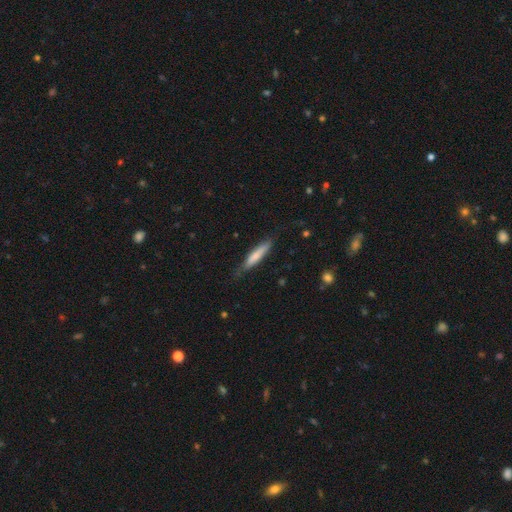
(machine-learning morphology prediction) Q: Smooth or featured?
A: smooth (69%); runner-up: featured or disk (26%)
Q: How rounded?
A: cigar-shaped (89%); runner-up: in between (10%)
Q: Merging?
A: none (73%); runner-up: minor disturbance (21%)